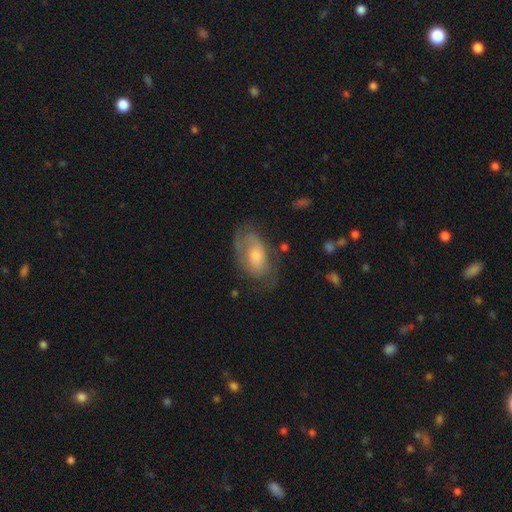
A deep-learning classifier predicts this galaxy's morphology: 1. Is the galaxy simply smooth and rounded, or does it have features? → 50% featured or disk, 42% smooth, 8% star or artifact.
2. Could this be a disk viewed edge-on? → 93% no, 7% yes.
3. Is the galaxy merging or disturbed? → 55% none, 26% minor disturbance, 17% major disturbance, 2% merger.